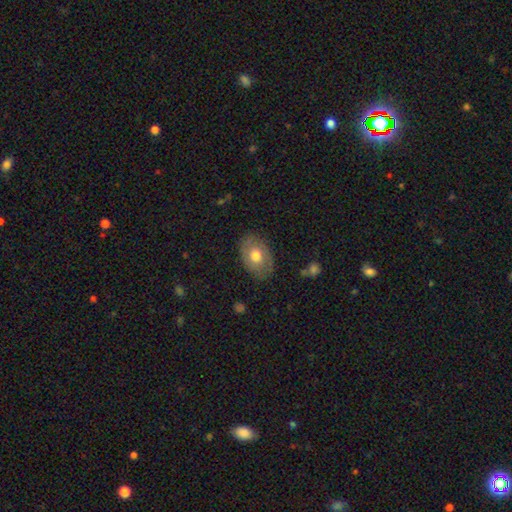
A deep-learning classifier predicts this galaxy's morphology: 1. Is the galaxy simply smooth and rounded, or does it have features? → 65% smooth, 28% featured or disk, 7% star or artifact.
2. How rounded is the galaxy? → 78% in between, 21% round, 1% cigar-shaped.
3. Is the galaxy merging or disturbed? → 80% none, 15% minor disturbance, 4% major disturbance, 1% merger.